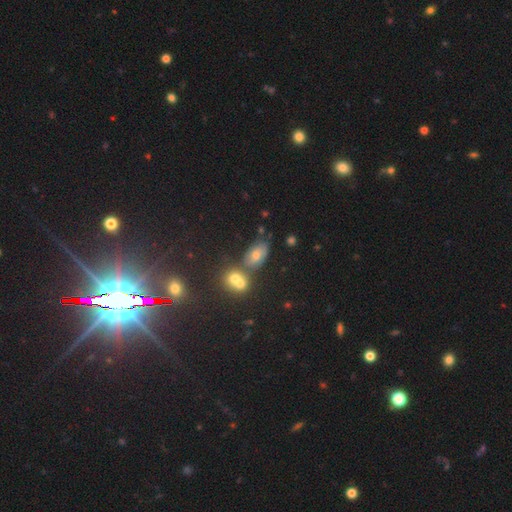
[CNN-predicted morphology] A smooth galaxy with no disk features (48%).

Vote fractions:
- Smooth or featured? smooth: 48% / star or artifact: 29% / featured or disk: 23%
- Merging? none: 54% / merger: 30% / minor disturbance: 12% / major disturbance: 5%